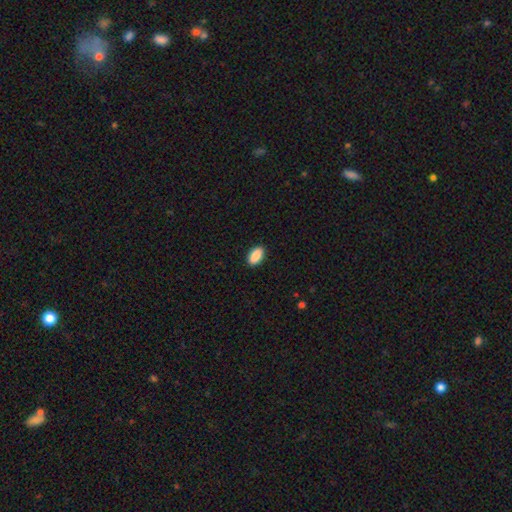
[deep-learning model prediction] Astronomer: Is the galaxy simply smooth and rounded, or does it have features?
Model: smooth — 90%.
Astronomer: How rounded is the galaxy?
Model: in between — 93%.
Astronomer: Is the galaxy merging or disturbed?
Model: none — 90%.